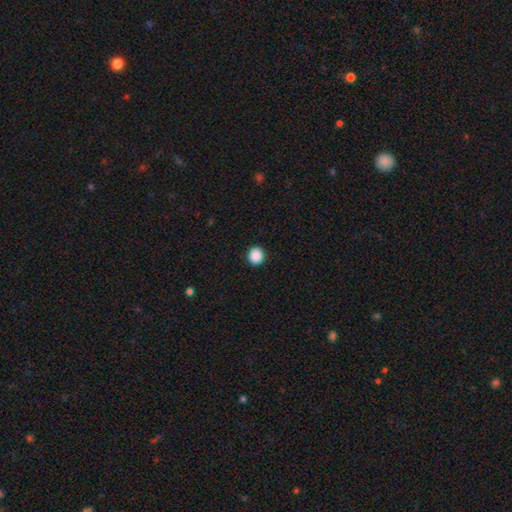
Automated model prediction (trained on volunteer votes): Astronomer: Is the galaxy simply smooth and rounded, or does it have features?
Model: smooth — 89%.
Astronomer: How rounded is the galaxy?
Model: round — 87%.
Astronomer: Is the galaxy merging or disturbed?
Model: none — 92%.